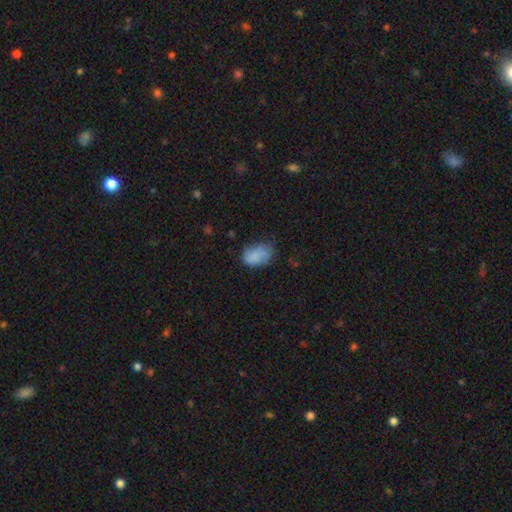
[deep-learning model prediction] Smooth or featured: smooth — 78% (featured or disk — 13%)
How rounded: in between — 82% (round — 17%)
Merging: none — 49% (minor disturbance — 34%)